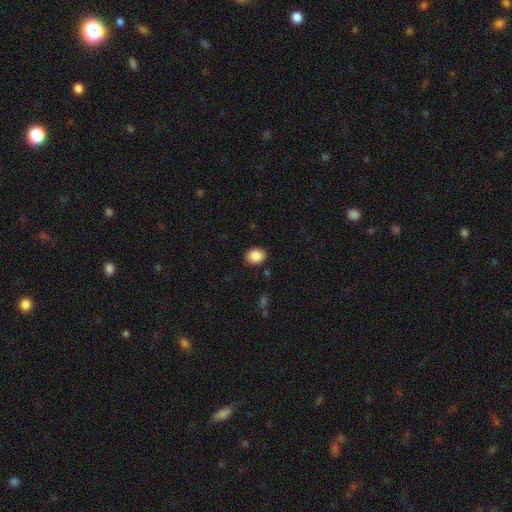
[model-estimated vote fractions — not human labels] Morphology: type=smooth (88%); roundness=round (50%); merging=none (88%).